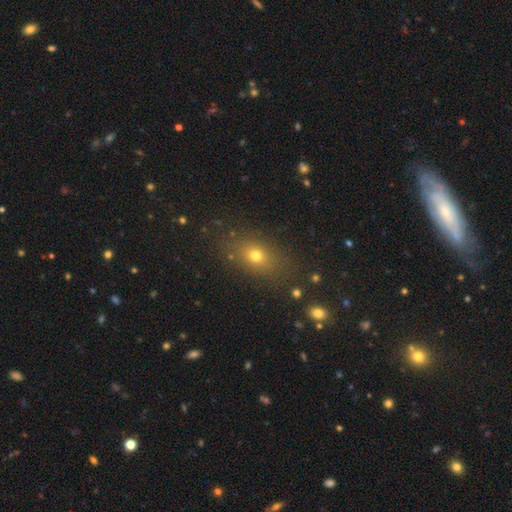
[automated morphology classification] Smooth or featured? smooth (70%)
How rounded? in between (65%)
Merging? none (82%)